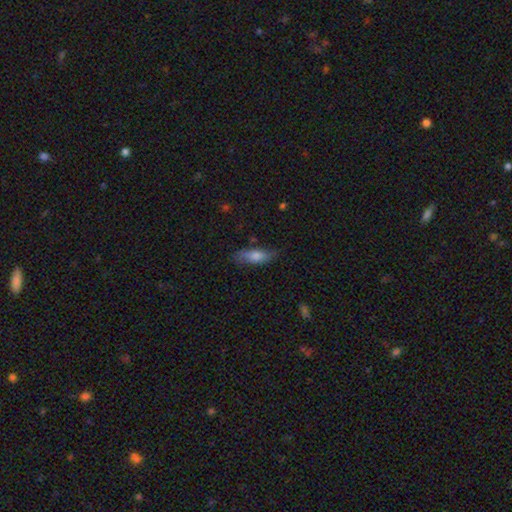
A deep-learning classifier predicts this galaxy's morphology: A smooth galaxy with no disk features (69%) that is in between round and cigar-shaped (58%). Merging: none (74%).